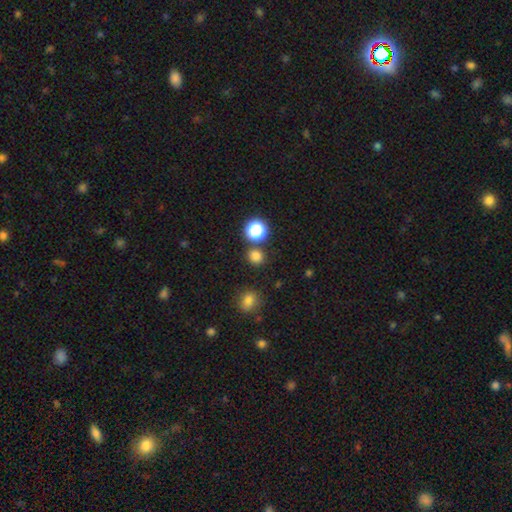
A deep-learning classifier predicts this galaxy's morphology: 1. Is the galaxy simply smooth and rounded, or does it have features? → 76% smooth, 20% star or artifact, 4% featured or disk.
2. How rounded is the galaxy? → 85% round, 14% in between, 1% cigar-shaped.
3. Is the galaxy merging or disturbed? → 83% none, 8% merger, 7% minor disturbance, 3% major disturbance.